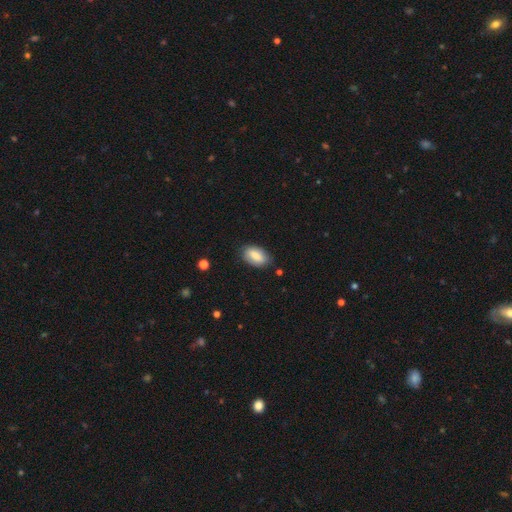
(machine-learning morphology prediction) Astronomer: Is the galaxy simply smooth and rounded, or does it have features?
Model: smooth — 78%.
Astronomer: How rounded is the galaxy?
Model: in between — 93%.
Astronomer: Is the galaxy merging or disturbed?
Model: none — 80%.